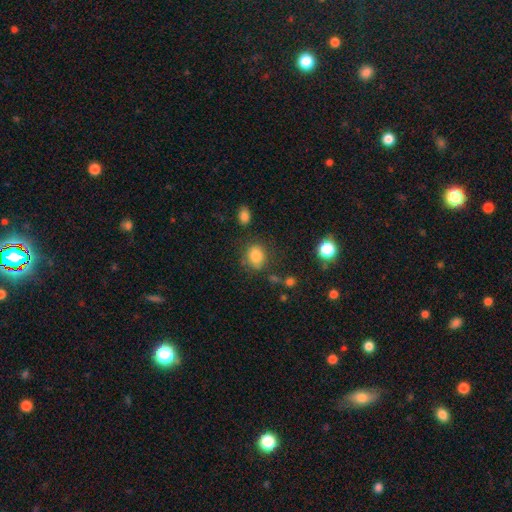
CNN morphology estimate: Smooth or featured: smooth — 83% (star or artifact — 11%)
How rounded: in between — 51% (round — 48%)
Merging: none — 71% (minor disturbance — 18%)